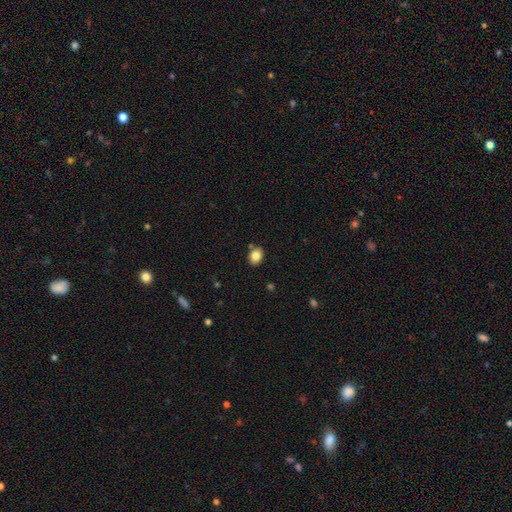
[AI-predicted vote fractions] smooth 84%, star or artifact 9%, featured or disk 7%. Down the decision tree: how rounded — in between (56%); merging — none (83%).